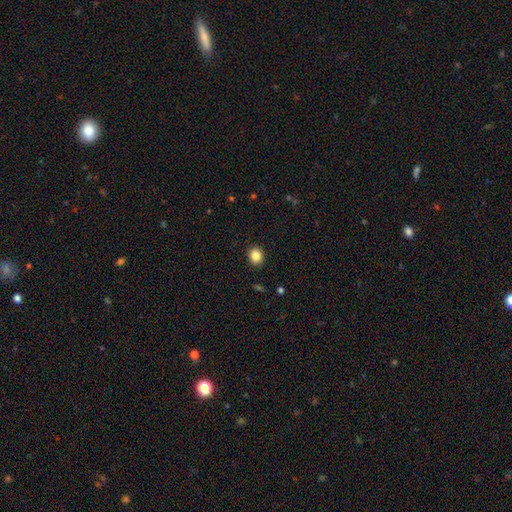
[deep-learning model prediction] A smooth galaxy with no disk features (86%) that is round (66%).

Vote fractions:
- Smooth or featured? smooth: 86% / star or artifact: 10% / featured or disk: 4%
- How rounded? round: 66% / in between: 34% / cigar-shaped: 1%
- Merging? none: 91% / minor disturbance: 6% / major disturbance: 2% / merger: 1%